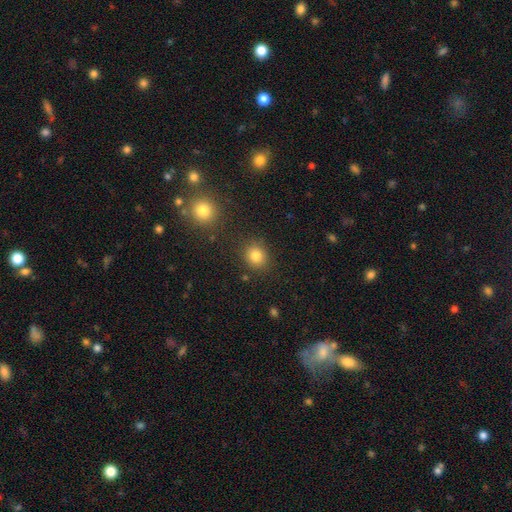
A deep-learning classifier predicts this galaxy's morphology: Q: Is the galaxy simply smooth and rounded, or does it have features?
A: smooth — 82%.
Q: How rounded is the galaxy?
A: round — 79%.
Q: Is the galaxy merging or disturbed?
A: none — 85%.